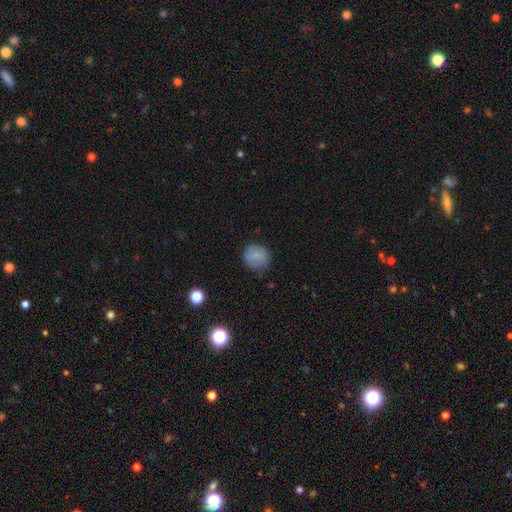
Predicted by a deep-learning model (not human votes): A smooth galaxy with no disk features (76%) that is round (84%).

Vote fractions:
- Smooth or featured? smooth: 76% / featured or disk: 15% / star or artifact: 9%
- How rounded? round: 84% / in between: 15% / cigar-shaped: 1%
- Merging? none: 79% / minor disturbance: 16% / major disturbance: 4% / merger: 1%